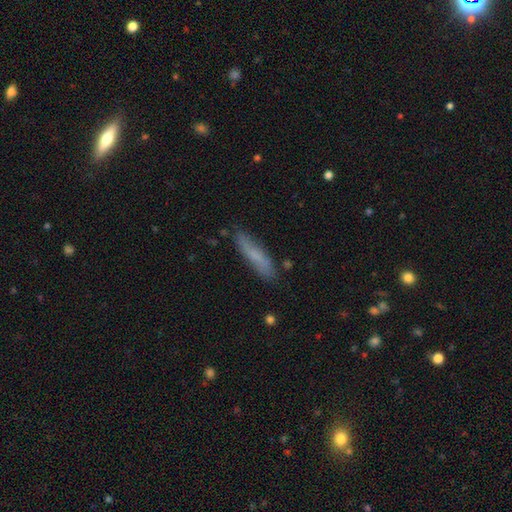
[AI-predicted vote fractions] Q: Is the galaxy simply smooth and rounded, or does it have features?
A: smooth — 68%.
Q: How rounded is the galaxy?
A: cigar-shaped — 83%.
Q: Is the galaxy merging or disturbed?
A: none — 81%.